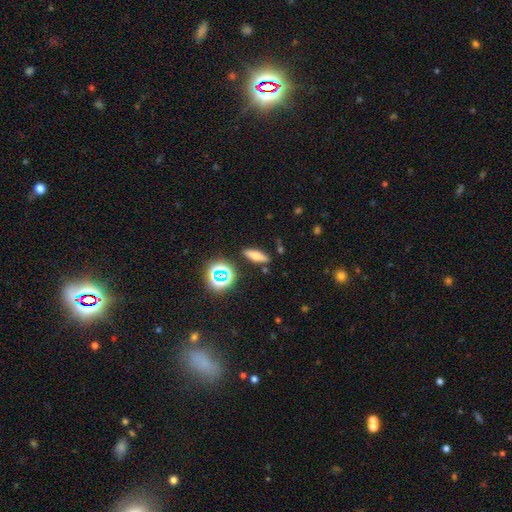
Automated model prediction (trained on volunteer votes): This is likely a smooth galaxy (60%). How rounded: possibly cigar-shaped (51%). Merging: clearly none (85%).